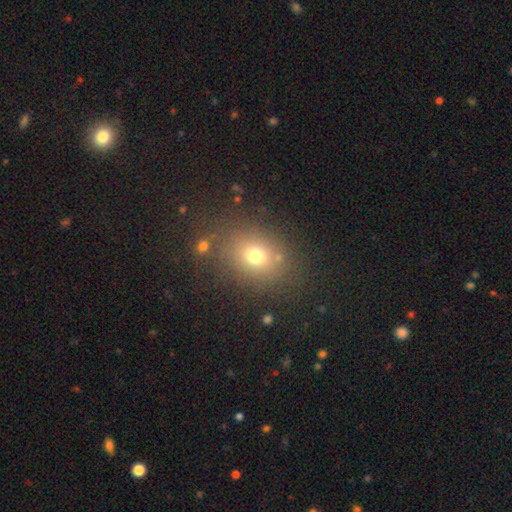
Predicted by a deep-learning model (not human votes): A smooth galaxy with no disk features (72%) that is round (52%).

Vote fractions:
- Smooth or featured? smooth: 72% / star or artifact: 17% / featured or disk: 11%
- How rounded? round: 52% / in between: 47% / cigar-shaped: 1%
- Merging? none: 78% / minor disturbance: 11% / major disturbance: 6% / merger: 5%